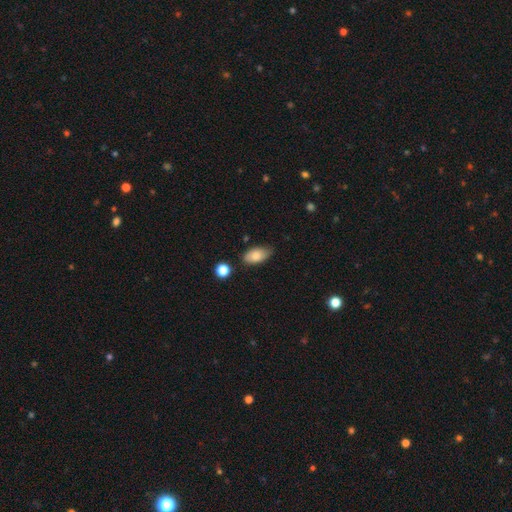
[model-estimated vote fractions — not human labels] Smooth or featured? smooth (79%)
How rounded? in between (92%)
Merging? none (71%)